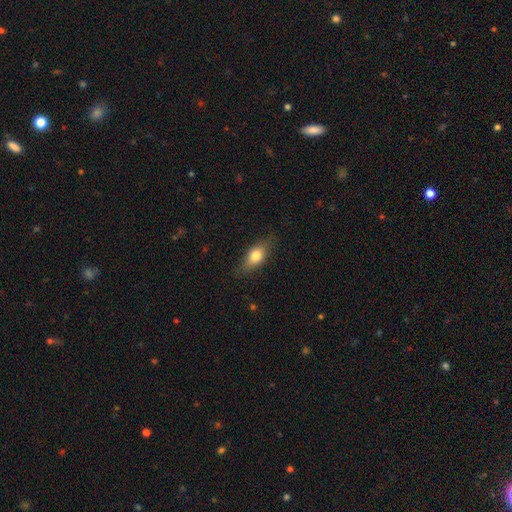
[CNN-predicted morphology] smooth-or-featured: smooth: 71% | featured or disk: 21% | star or artifact: 8%
  how-rounded: in between: 75% | cigar-shaped: 15% | round: 10%
  merging: none: 80% | minor disturbance: 16% | major disturbance: 4% | merger: 1%